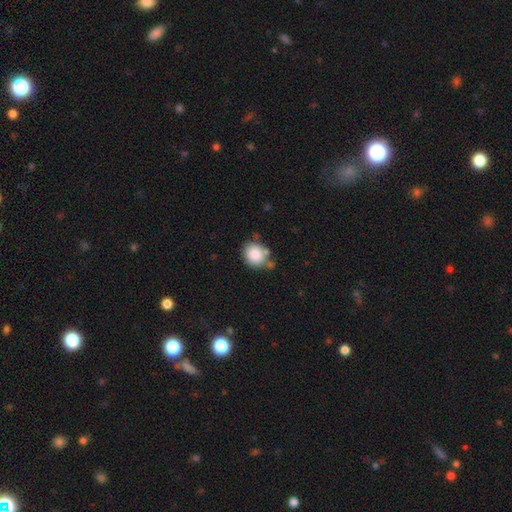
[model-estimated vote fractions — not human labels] Overall: smooth (86%). How rounded: round (68%; in between 31%). Merging: none (67%).